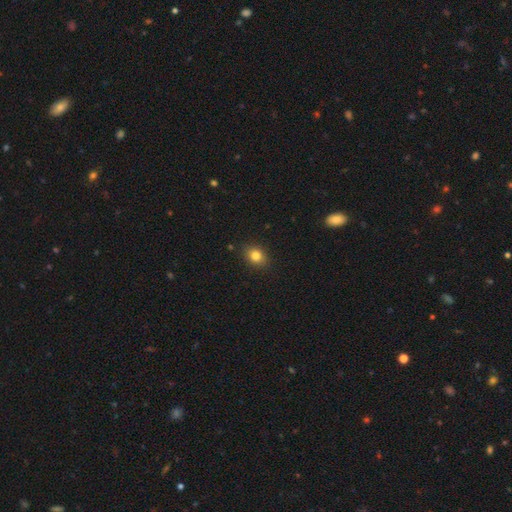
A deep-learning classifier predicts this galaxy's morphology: Smooth or featured: smooth — 81% (star or artifact — 12%)
How rounded: round — 51% (in between — 47%)
Merging: none — 87% (minor disturbance — 9%)